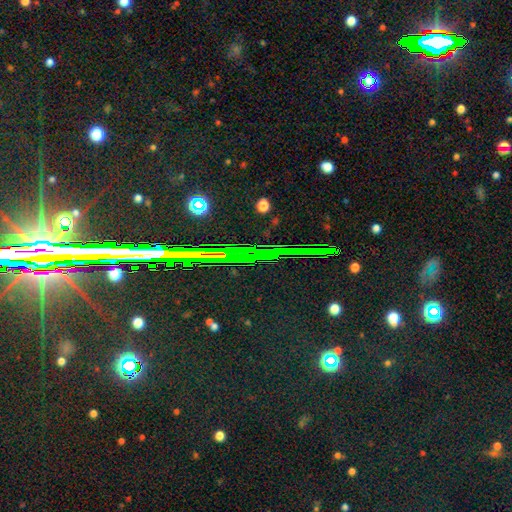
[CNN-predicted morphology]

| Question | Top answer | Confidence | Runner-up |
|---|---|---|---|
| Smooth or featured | star or artifact | 80% | featured or disk (11%) |